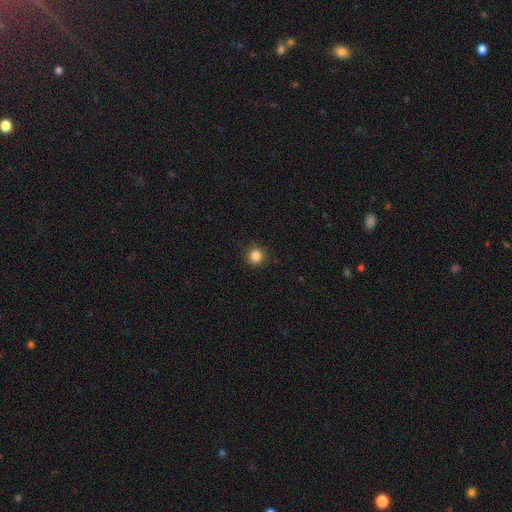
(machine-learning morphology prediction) smooth-or-featured: smooth: 84% | star or artifact: 12% | featured or disk: 4%
  how-rounded: round: 93% | in between: 6% | cigar-shaped: 1%
  merging: none: 91% | minor disturbance: 6% | major disturbance: 2% | merger: 1%